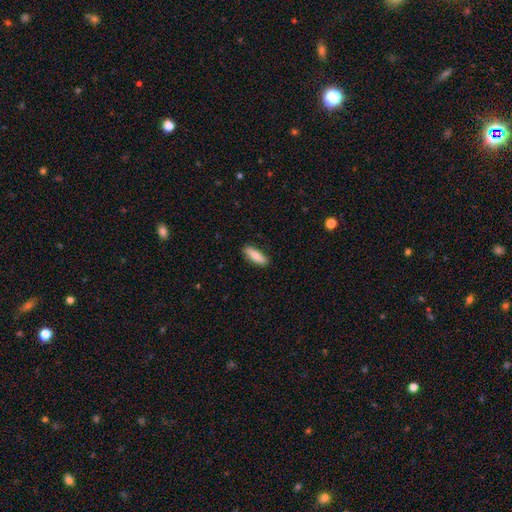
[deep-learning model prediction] A smooth galaxy with no disk features (76%) that is in between round and cigar-shaped (53%). Merging: none (87%).